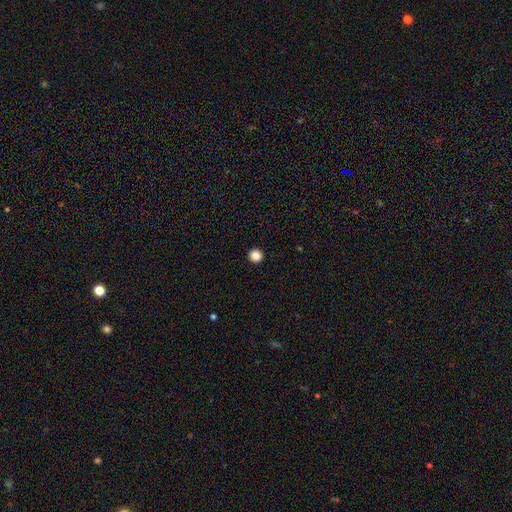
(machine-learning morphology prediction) Smooth or featured? Predicted: smooth (p=0.87). How rounded? Predicted: round (p=0.95). Merging? Predicted: none (p=0.94).